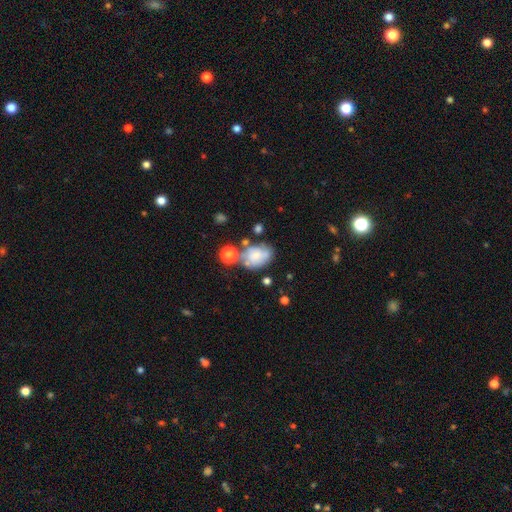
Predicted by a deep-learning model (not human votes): smooth-or-featured: smooth: 51% | featured or disk: 38% | star or artifact: 10%
  how-rounded: in between: 63% | round: 36% | cigar-shaped: 1%
  merging: none: 42% | minor disturbance: 24% | merger: 22% | major disturbance: 12%